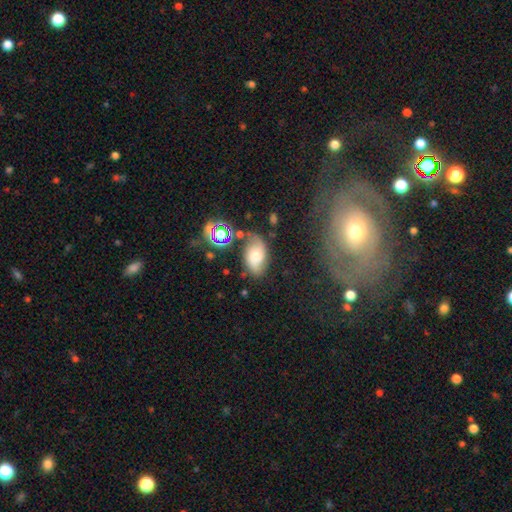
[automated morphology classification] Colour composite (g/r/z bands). It shows a smooth galaxy with no disk features (47%). Merging: none (63%).